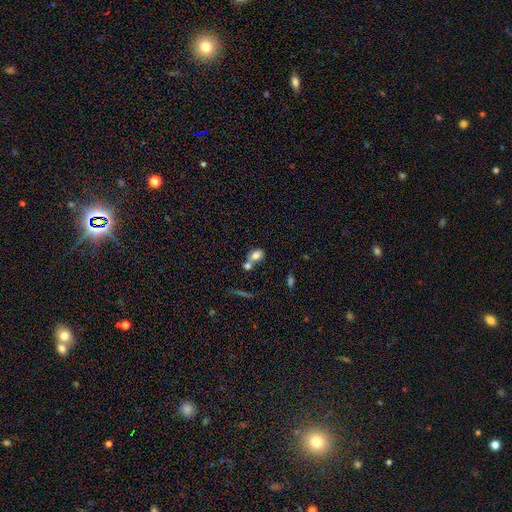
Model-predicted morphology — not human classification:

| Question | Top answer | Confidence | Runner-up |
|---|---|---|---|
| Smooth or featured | smooth | 75% | featured or disk (15%) |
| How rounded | in between | 70% | round (28%) |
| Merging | merger | 50% | none (32%) |